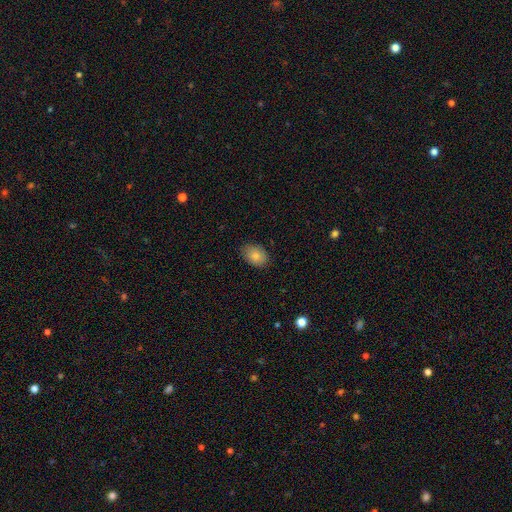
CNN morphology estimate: smooth_or_featured: smooth (p=0.84) [alt: featured or disk p=0.08]
how_rounded: in between (p=0.82) [alt: round p=0.17]
merging: none (p=0.84) [alt: minor disturbance p=0.12]